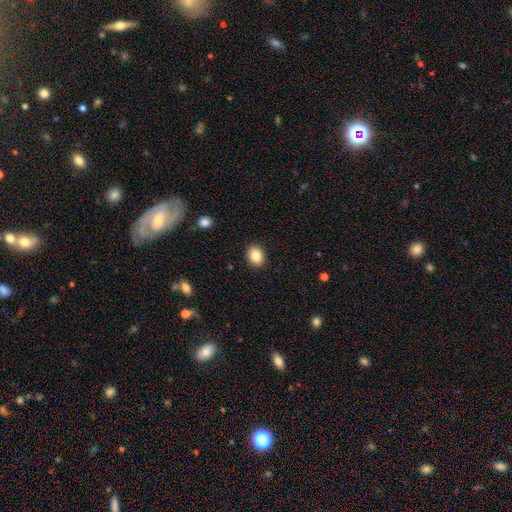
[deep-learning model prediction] This appears to be a smooth galaxy with no disk features (85%) that is in between round and cigar-shaped (56%). Merging: none (90%).